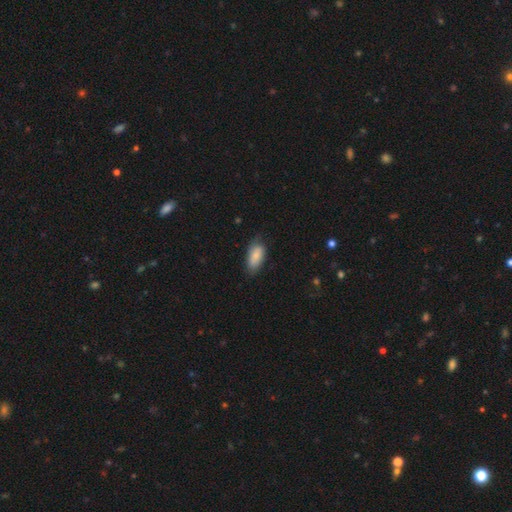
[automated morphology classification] smooth_or_featured: smooth (p=0.79) [alt: featured or disk p=0.14]
how_rounded: in between (p=0.90) [alt: cigar-shaped p=0.07]
merging: none (p=0.66) [alt: minor disturbance p=0.27]